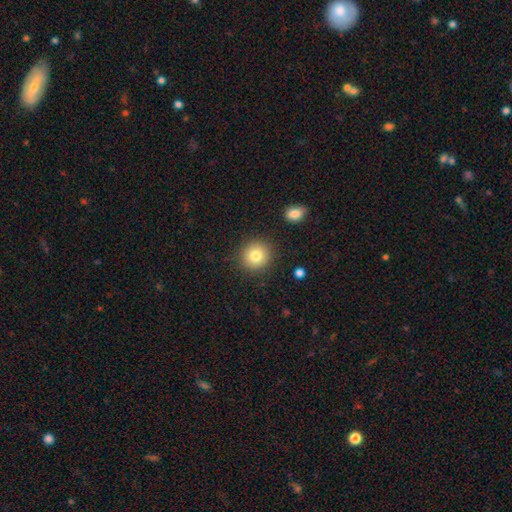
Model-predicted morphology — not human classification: Smooth or featured?
  - smooth: 81% *
  - star or artifact: 10%
  - featured or disk: 9%
How rounded?
  - round: 89% *
  - in between: 10%
  - cigar-shaped: 1%
Merging?
  - none: 88% *
  - minor disturbance: 8%
  - major disturbance: 3%
  - merger: 2%